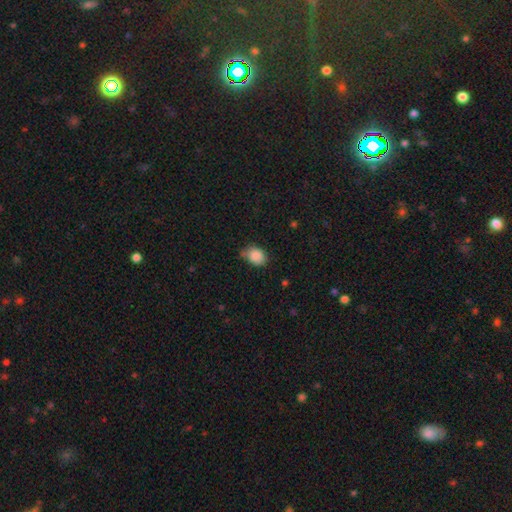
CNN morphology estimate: smooth 88%, star or artifact 8%, featured or disk 4%. Down the decision tree: how rounded — in between (55%); merging — none (63%).